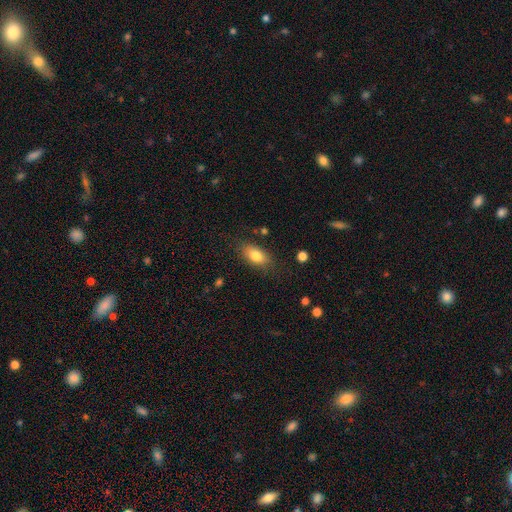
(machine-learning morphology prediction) A smooth galaxy with no disk features (81%) that is in between round and cigar-shaped (88%). Merging: none (81%).